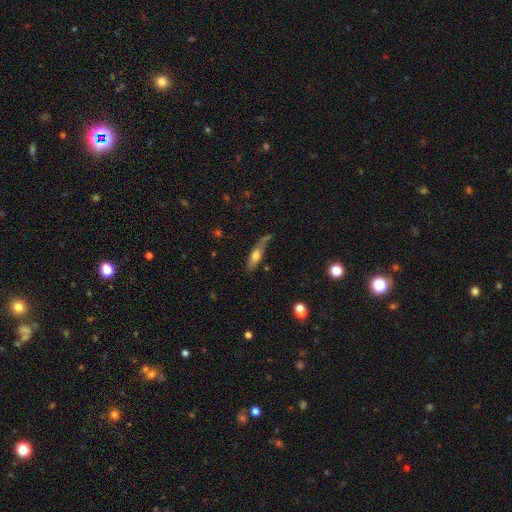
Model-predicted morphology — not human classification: type=smooth (58%); roundness=cigar-shaped (53%); merging=none (49%).